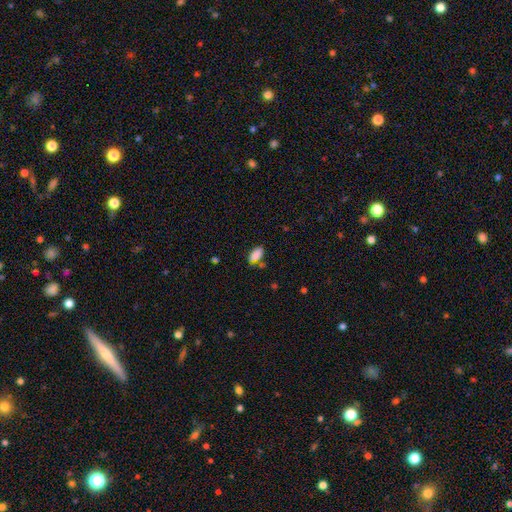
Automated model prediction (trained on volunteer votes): A smooth galaxy with no disk features (86%) that is in between round and cigar-shaped (90%). Merging: none (64%).